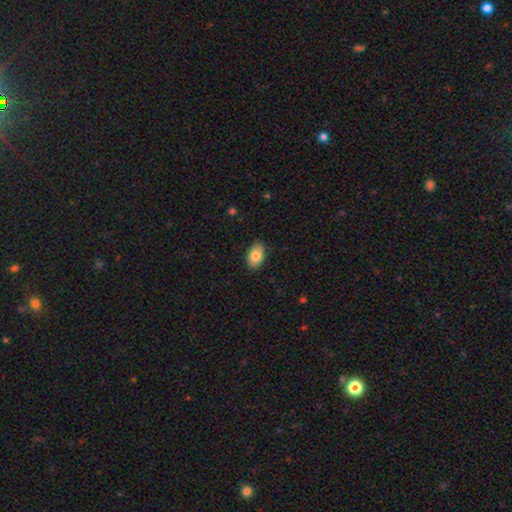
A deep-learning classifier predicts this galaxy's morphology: Smooth or featured? smooth (82%)
How rounded? in between (89%)
Merging? none (85%)